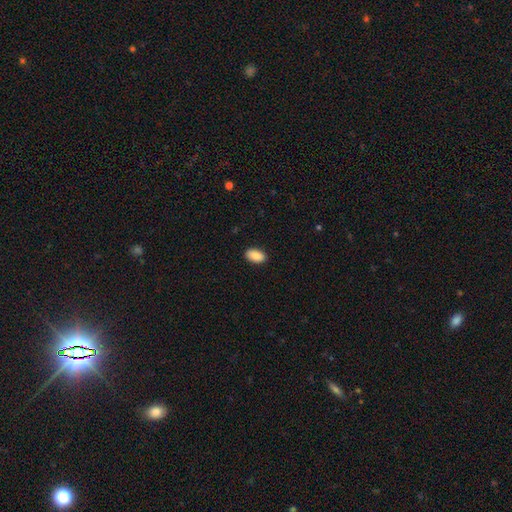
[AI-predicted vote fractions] smooth 90%, star or artifact 7%, featured or disk 3%. Down the decision tree: how rounded — in between (94%); merging — none (89%).